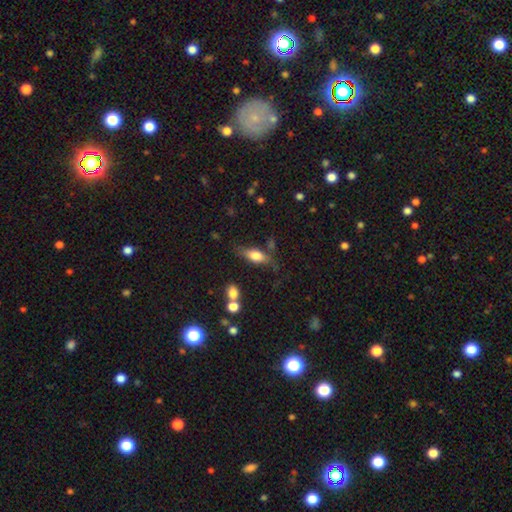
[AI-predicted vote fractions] Smooth or featured?
  - smooth: 66% *
  - featured or disk: 27%
  - star or artifact: 7%
How rounded?
  - in between: 71% *
  - cigar-shaped: 24%
  - round: 4%
Merging?
  - none: 62% *
  - minor disturbance: 23%
  - major disturbance: 9%
  - merger: 6%